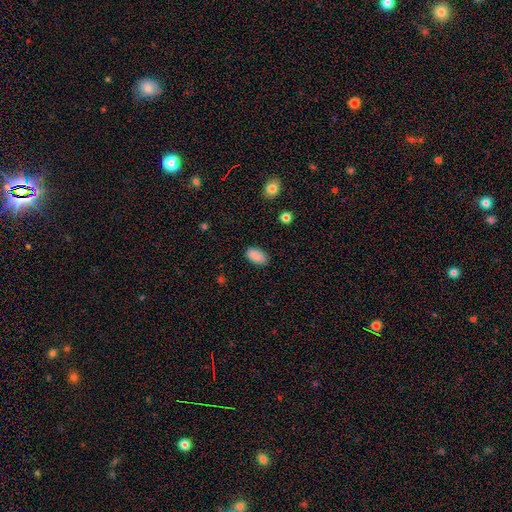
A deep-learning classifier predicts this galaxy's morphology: This appears to be a smooth galaxy with no disk features (89%) that is in between round and cigar-shaped (94%). Merging: none (87%).